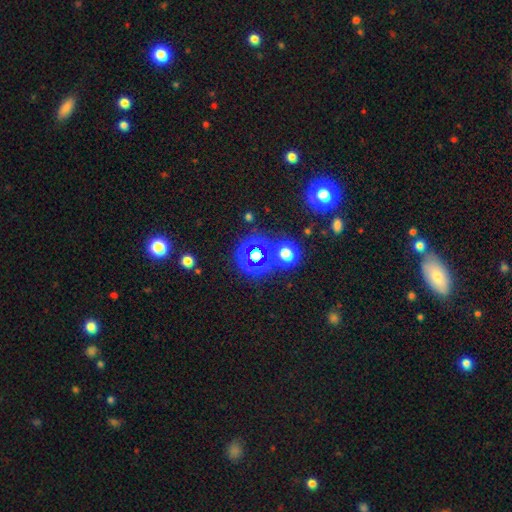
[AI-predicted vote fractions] This is likely a star or artifact rather than a galaxy (63%).